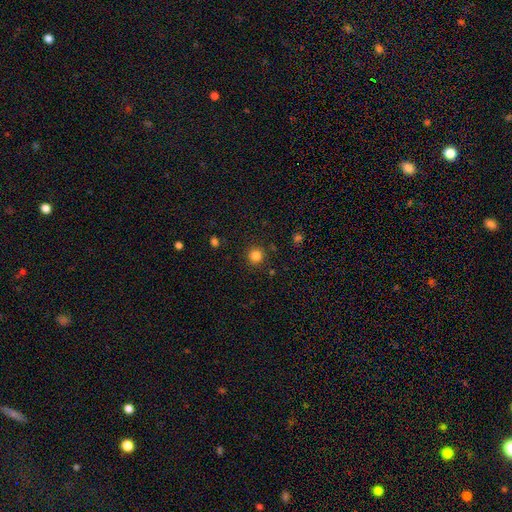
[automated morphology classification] This is clearly a smooth galaxy (83%). How rounded: clearly round (94%). Merging: clearly none (90%).